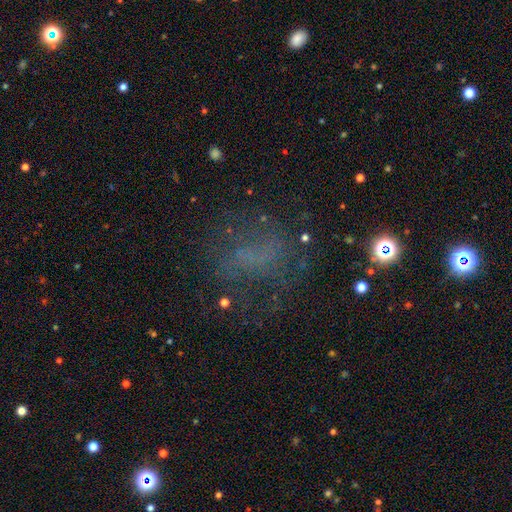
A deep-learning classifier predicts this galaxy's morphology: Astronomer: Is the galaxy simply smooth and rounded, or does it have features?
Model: smooth — 36% (runner-up: featured or disk, 32%).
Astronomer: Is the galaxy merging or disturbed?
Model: none — 60%.